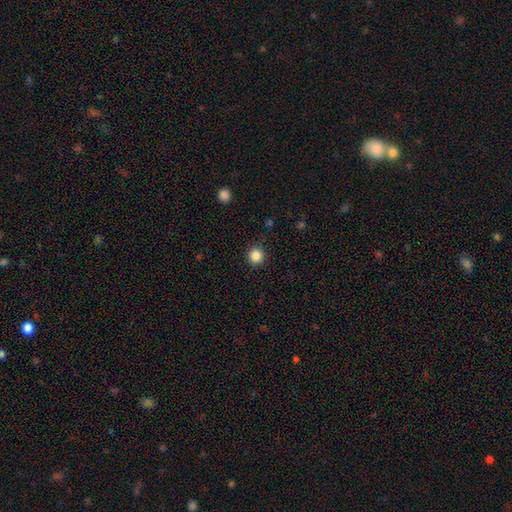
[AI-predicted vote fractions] Smooth or featured? Predicted: smooth (p=0.85). How rounded? Predicted: round (p=0.94). Merging? Predicted: none (p=0.91).